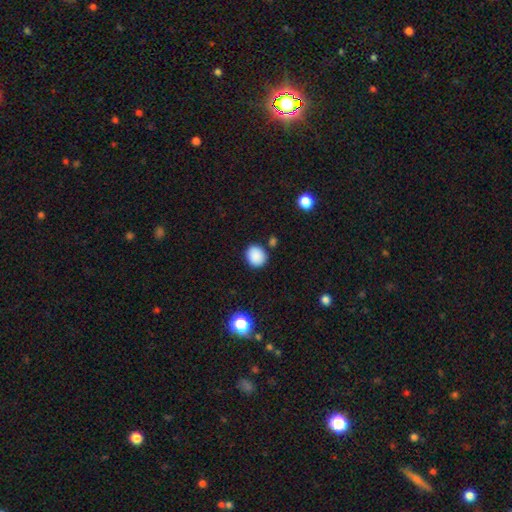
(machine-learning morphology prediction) Q: Smooth or featured?
A: smooth (87%); runner-up: star or artifact (9%)
Q: How rounded?
A: round (76%); runner-up: in between (23%)
Q: Merging?
A: none (84%); runner-up: minor disturbance (9%)